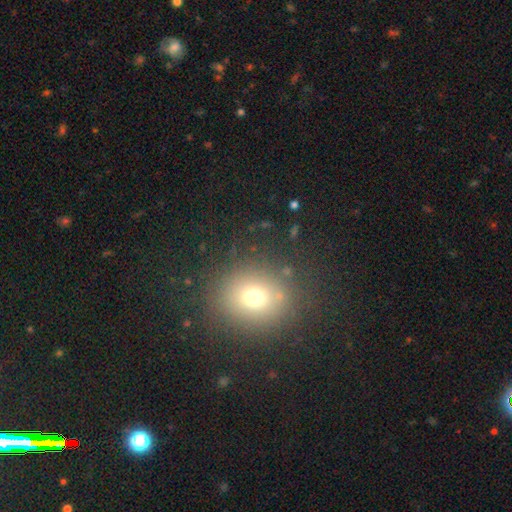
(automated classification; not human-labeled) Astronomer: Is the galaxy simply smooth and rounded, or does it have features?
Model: smooth — 66%.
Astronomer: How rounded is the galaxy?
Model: round — 73%.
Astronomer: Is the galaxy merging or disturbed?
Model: none — 85%.